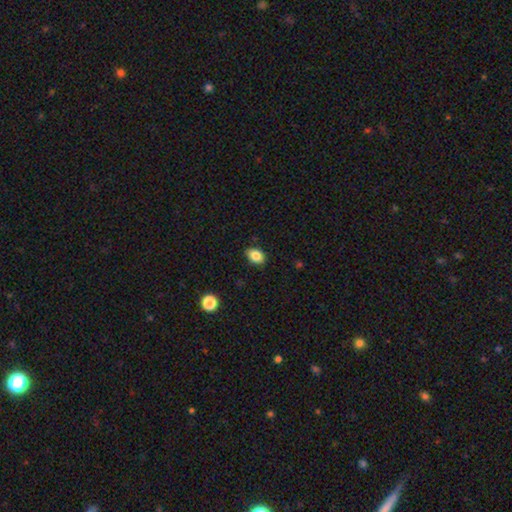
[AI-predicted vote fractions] Morphology: type=smooth (84%); roundness=in between (79%); merging=none (86%).